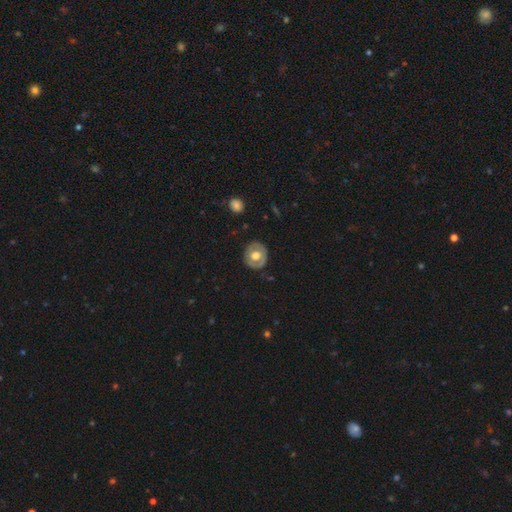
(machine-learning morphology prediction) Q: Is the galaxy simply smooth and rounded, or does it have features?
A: featured or disk — 49%.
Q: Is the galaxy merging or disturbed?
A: none — 82%.